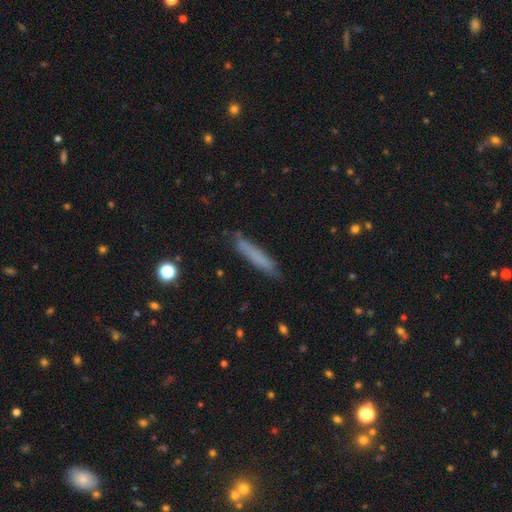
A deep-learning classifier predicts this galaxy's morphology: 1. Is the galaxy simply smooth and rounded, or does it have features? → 73% smooth, 19% featured or disk, 8% star or artifact.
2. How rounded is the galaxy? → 93% cigar-shaped, 6% in between, 1% round.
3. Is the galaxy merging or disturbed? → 84% none, 12% minor disturbance, 2% major disturbance, 2% merger.